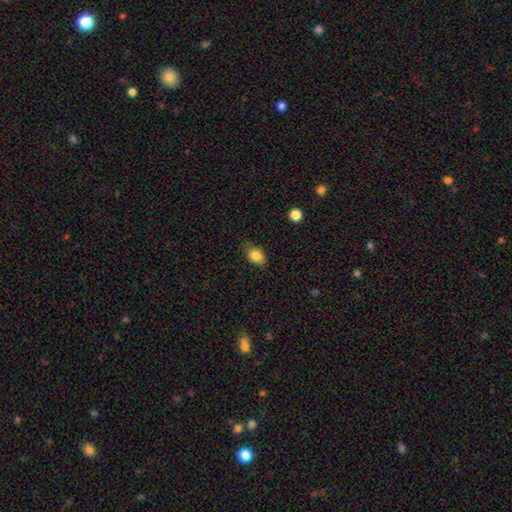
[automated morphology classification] type=smooth (84%); roundness=in between (73%); merging=none (68%).